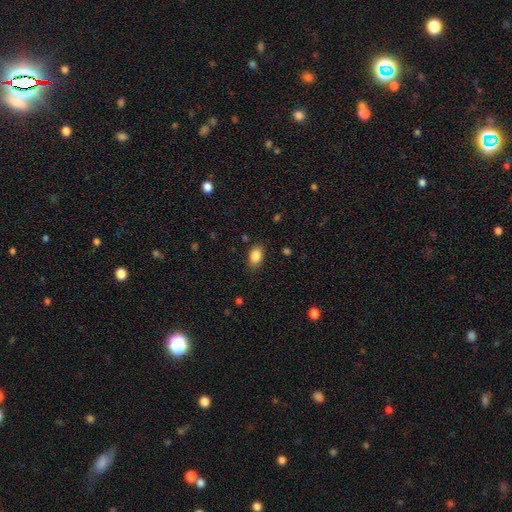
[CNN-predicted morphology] smooth 86%, star or artifact 8%, featured or disk 6%. Down the decision tree: how rounded — in between (85%); merging — none (83%).